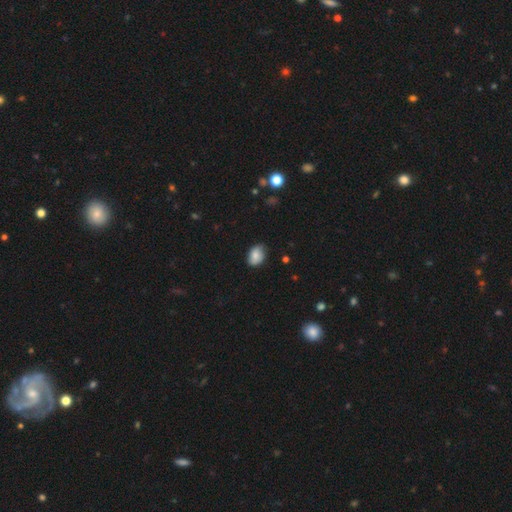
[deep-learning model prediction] smooth-or-featured: smooth: 80% | featured or disk: 12% | star or artifact: 8%
  how-rounded: in between: 77% | round: 22% | cigar-shaped: 1%
  merging: none: 78% | minor disturbance: 18% | major disturbance: 3% | merger: 1%